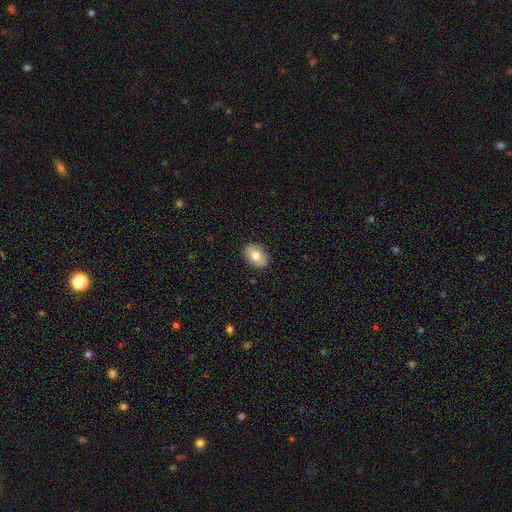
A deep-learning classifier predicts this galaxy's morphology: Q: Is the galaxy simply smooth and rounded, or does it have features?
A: smooth — 72%.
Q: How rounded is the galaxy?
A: in between — 83%.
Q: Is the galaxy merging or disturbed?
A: none — 89%.